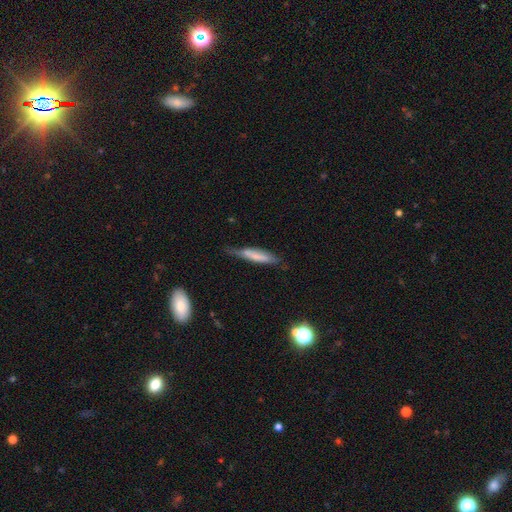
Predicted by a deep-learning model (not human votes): smooth-or-featured: smooth: 58% | featured or disk: 36% | star or artifact: 7%
  how-rounded: cigar-shaped: 87% | in between: 12% | round: 2%
  merging: none: 60% | minor disturbance: 29% | major disturbance: 8% | merger: 3%